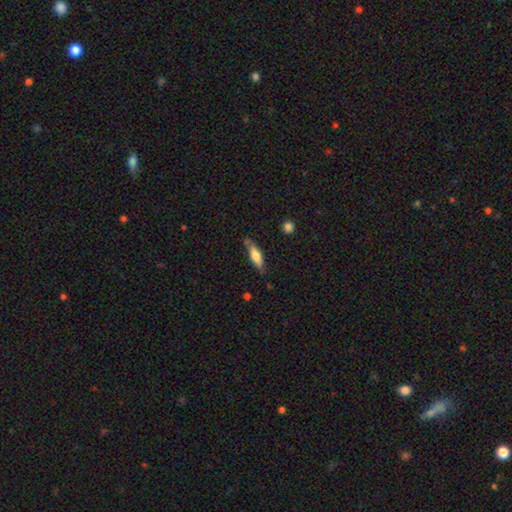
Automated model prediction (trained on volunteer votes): A smooth galaxy with no disk features (60%) that is cigar-shaped (55%).

Vote fractions:
- Smooth or featured? smooth: 60% / featured or disk: 34% / star or artifact: 6%
- How rounded? cigar-shaped: 55% / in between: 43% / round: 2%
- Merging? none: 72% / minor disturbance: 20% / merger: 4% / major disturbance: 4%